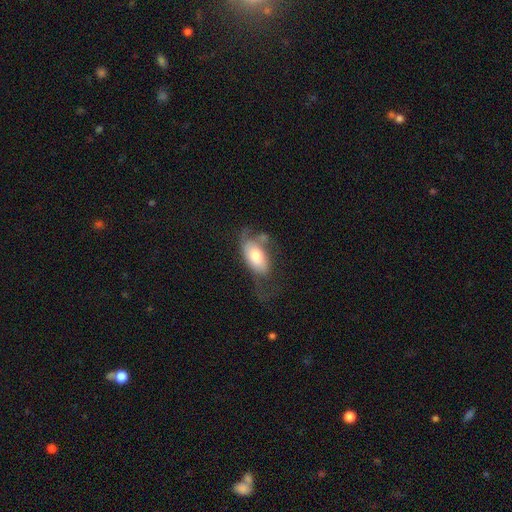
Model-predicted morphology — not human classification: This appears to be a smooth galaxy with no disk features (63%) that is in between round and cigar-shaped (91%). Merging: none (33%, tied with major disturbance).